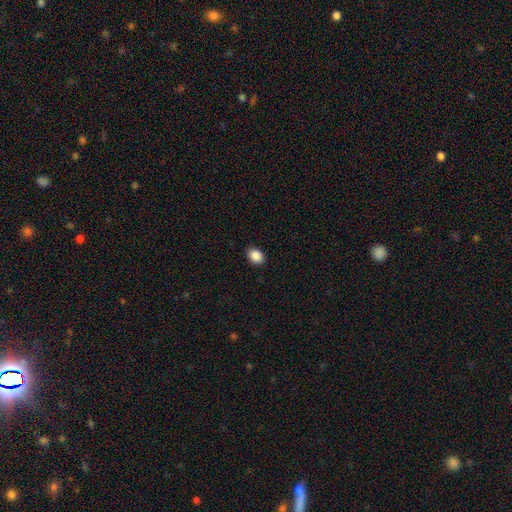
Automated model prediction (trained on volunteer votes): This appears to be a smooth galaxy with no disk features (89%) that is in between round and cigar-shaped (71%). Merging: none (89%).